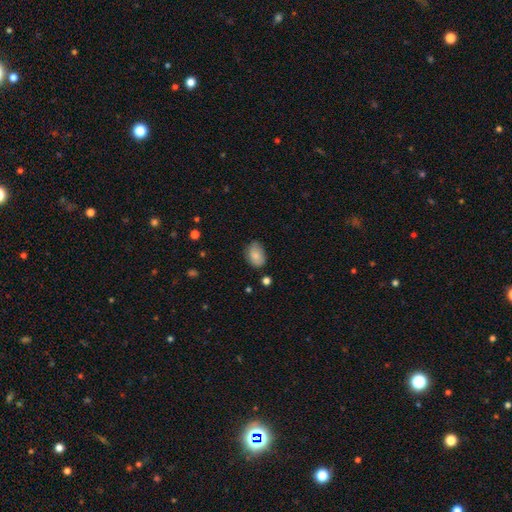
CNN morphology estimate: This appears to be a smooth galaxy with no disk features (84%) that is in between round and cigar-shaped (83%). Merging: none (74%).